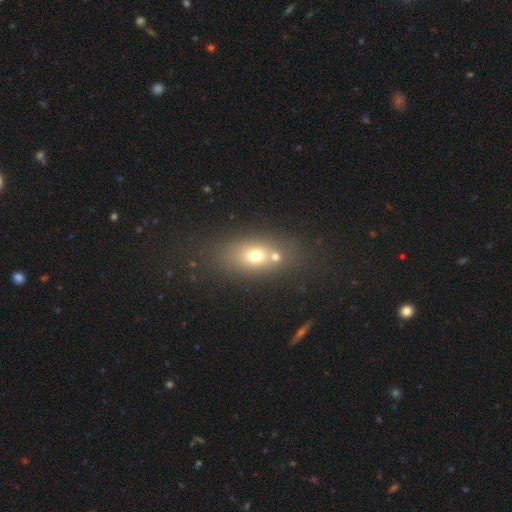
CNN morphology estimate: Smooth or featured: smooth — 65% (featured or disk — 20%)
How rounded: in between — 65% (round — 30%)
Merging: none — 49% (merger — 35%)